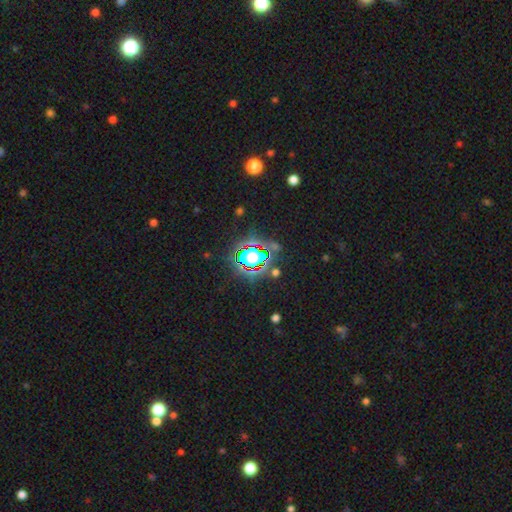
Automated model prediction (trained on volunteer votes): smooth-or-featured: star or artifact: 67% | smooth: 22% | featured or disk: 11%